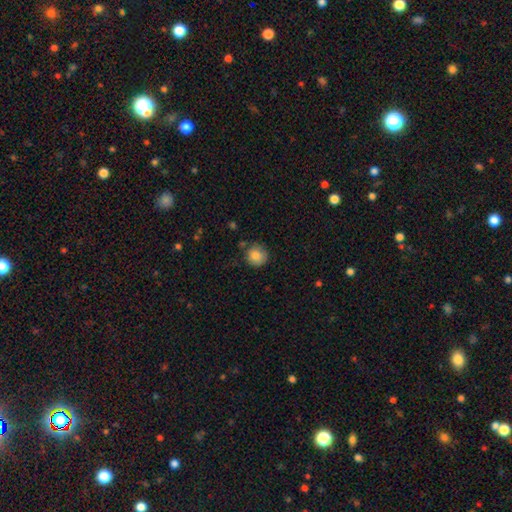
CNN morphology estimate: Smooth or featured: smooth — 84% (star or artifact — 9%)
How rounded: round — 91% (in between — 9%)
Merging: none — 76% (minor disturbance — 17%)